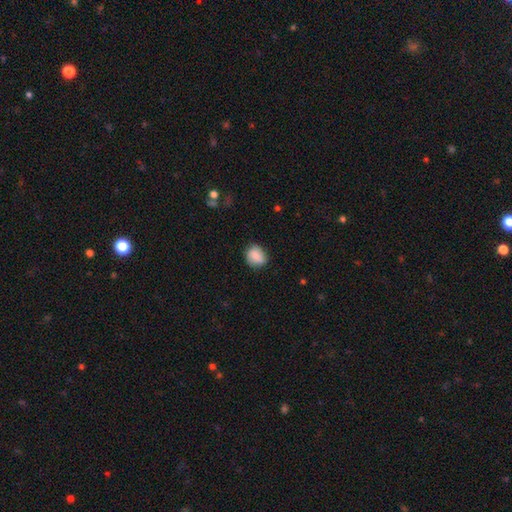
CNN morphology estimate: A smooth galaxy with no disk features (84%) that is round (63%).

Vote fractions:
- Smooth or featured? smooth: 84% / featured or disk: 8% / star or artifact: 8%
- How rounded? round: 63% / in between: 36% / cigar-shaped: 1%
- Merging? none: 76% / minor disturbance: 19% / major disturbance: 4% / merger: 1%